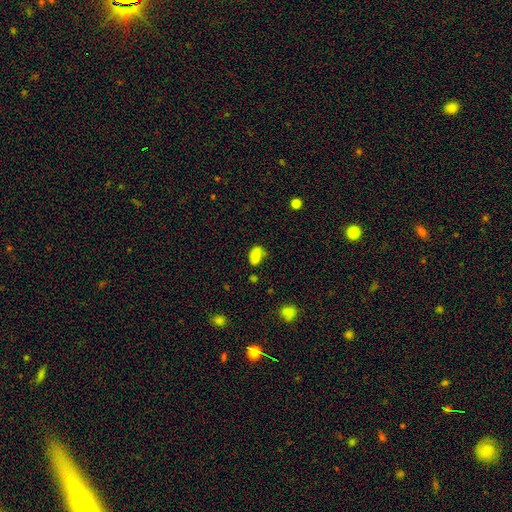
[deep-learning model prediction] A smooth galaxy with no disk features (77%) that is in between round and cigar-shaped (88%).

Vote fractions:
- Smooth or featured? smooth: 77% / star or artifact: 12% / featured or disk: 11%
- How rounded? in between: 88% / round: 10% / cigar-shaped: 2%
- Merging? none: 49% / minor disturbance: 30% / major disturbance: 12% / merger: 9%